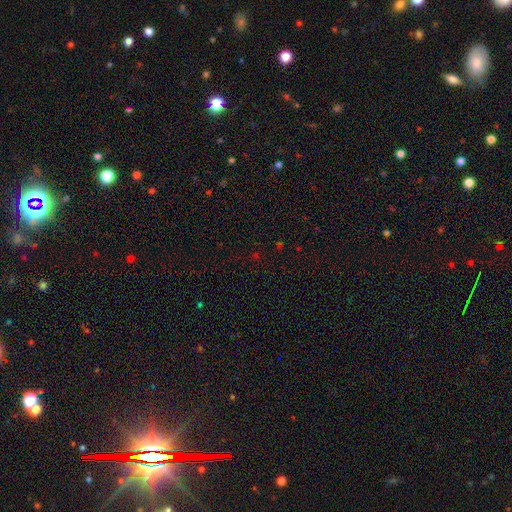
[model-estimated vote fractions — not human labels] Smooth or featured: star or artifact — 62% (smooth — 31%)